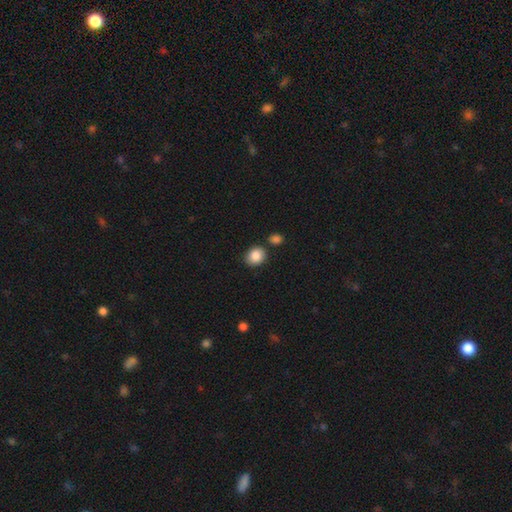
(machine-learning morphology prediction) Smooth or featured?
  - smooth: 88% *
  - star or artifact: 8%
  - featured or disk: 5%
How rounded?
  - round: 61% *
  - in between: 39%
  - cigar-shaped: 1%
Merging?
  - none: 78% *
  - minor disturbance: 11%
  - merger: 8%
  - major disturbance: 3%